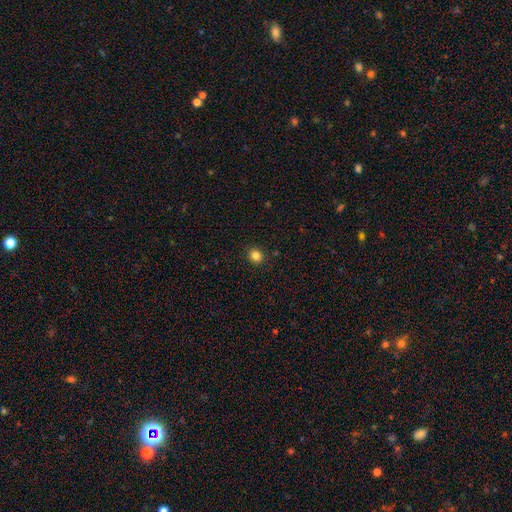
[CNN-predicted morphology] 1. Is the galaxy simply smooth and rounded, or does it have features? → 84% smooth, 12% star or artifact, 4% featured or disk.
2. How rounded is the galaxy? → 82% round, 17% in between, 1% cigar-shaped.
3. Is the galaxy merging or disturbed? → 91% none, 6% minor disturbance, 2% major disturbance, 1% merger.